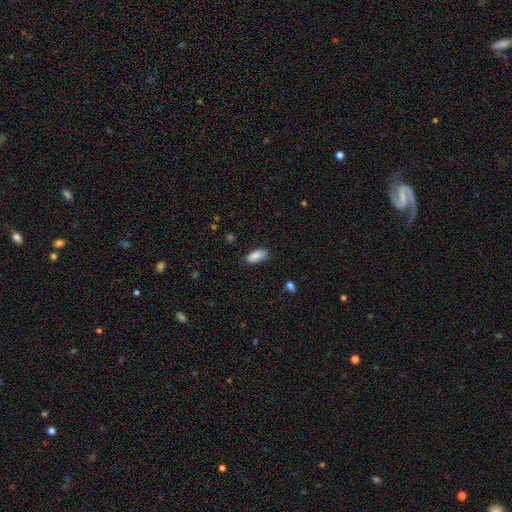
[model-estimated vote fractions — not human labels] smooth 87%, star or artifact 7%, featured or disk 6%. Down the decision tree: how rounded — in between (90%); merging — none (82%).